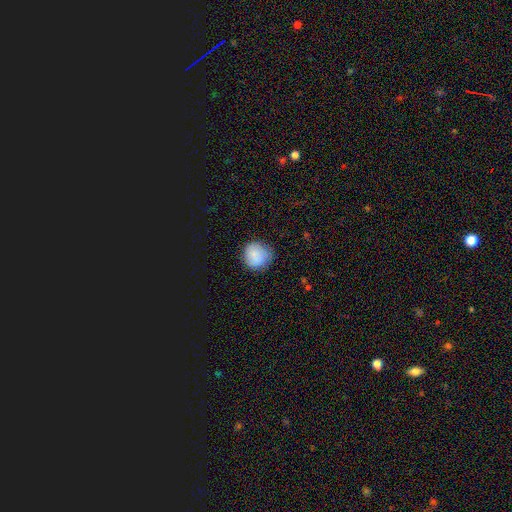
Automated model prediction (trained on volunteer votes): Smooth or featured? smooth (84%)
How rounded? round (89%)
Merging? none (76%)